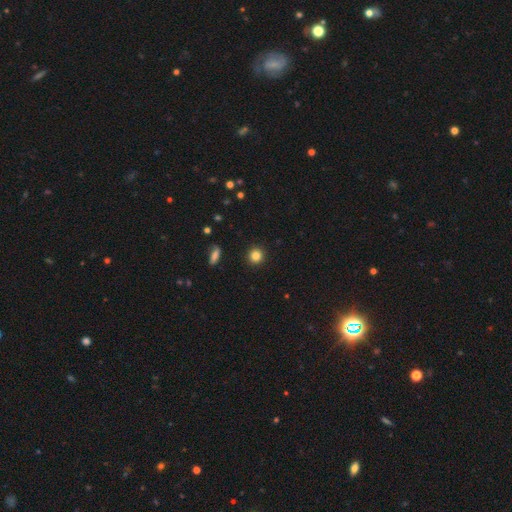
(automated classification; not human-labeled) Morphology: type=smooth (85%); roundness=round (93%); merging=none (92%).